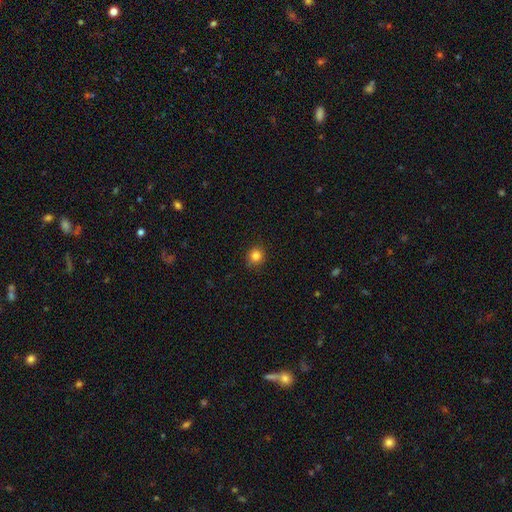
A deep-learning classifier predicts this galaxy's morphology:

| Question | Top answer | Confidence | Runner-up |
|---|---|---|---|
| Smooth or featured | smooth | 84% | star or artifact (12%) |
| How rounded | round | 85% | in between (14%) |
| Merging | none | 87% | minor disturbance (9%) |